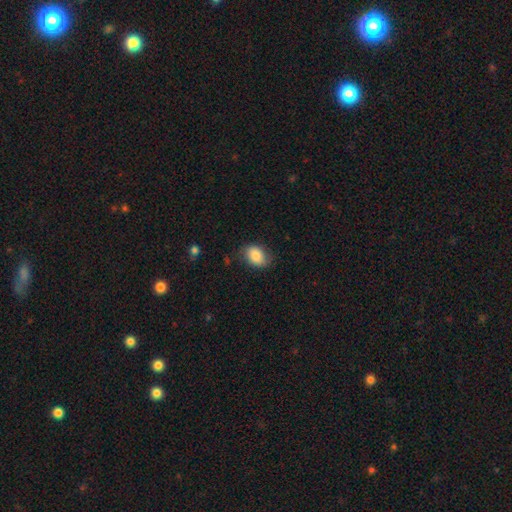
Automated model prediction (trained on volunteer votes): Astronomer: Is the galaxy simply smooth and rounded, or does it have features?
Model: smooth — 84%.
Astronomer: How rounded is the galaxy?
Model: in between — 76%.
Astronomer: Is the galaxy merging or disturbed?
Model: none — 71%.